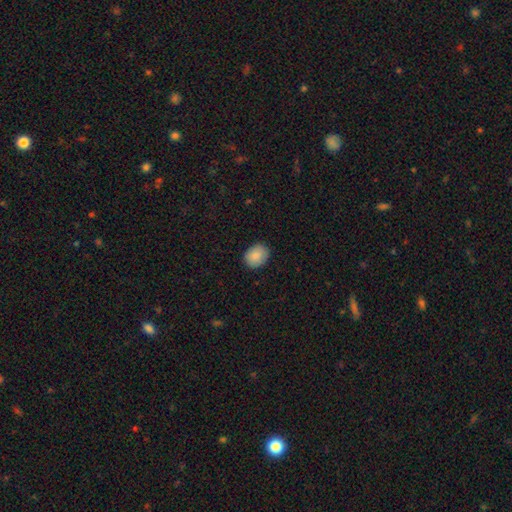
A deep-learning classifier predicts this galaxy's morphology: smooth_or_featured: smooth (p=0.88) [alt: star or artifact p=0.07]
how_rounded: in between (p=0.58) [alt: round p=0.41]
merging: none (p=0.88) [alt: minor disturbance p=0.09]